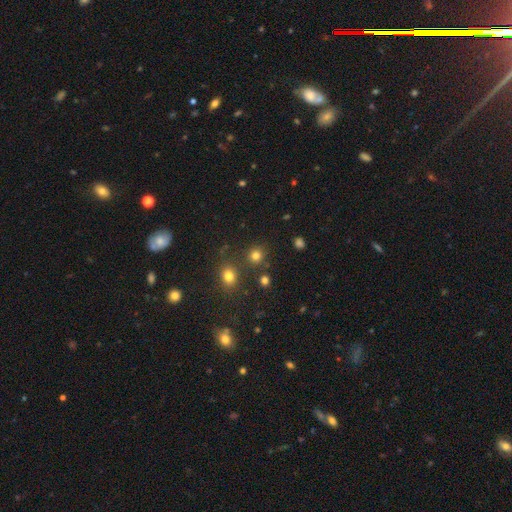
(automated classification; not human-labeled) smooth_or_featured: smooth (p=0.77) [alt: star or artifact p=0.17]
how_rounded: round (p=0.89) [alt: in between p=0.10]
merging: none (p=0.81) [alt: minor disturbance p=0.08]